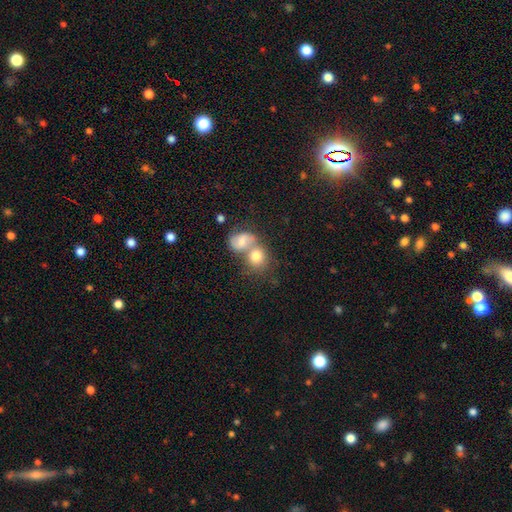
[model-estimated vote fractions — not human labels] Smooth or featured: smooth — 64% (featured or disk — 27%)
How rounded: round — 68% (in between — 30%)
Merging: merger — 58% (none — 29%)